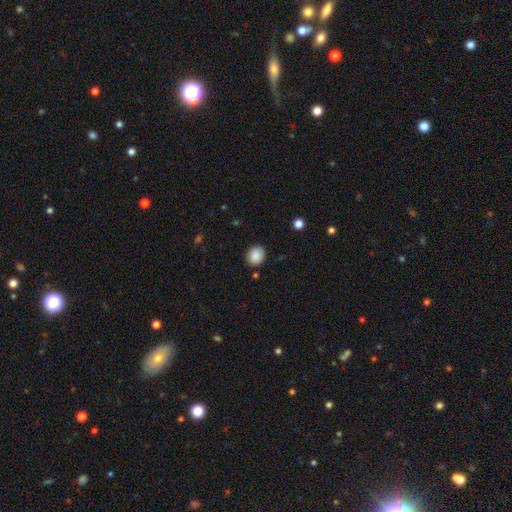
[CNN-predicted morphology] type=smooth (88%); roundness=round (71%); merging=none (87%).